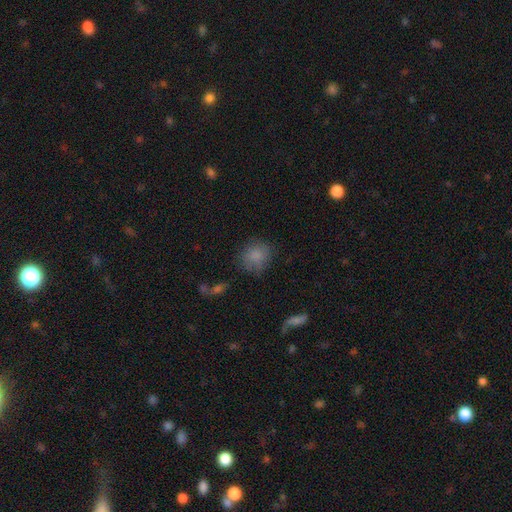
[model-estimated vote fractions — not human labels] Smooth or featured: smooth — 81% (star or artifact — 10%)
How rounded: round — 76% (in between — 23%)
Merging: none — 69% (minor disturbance — 20%)